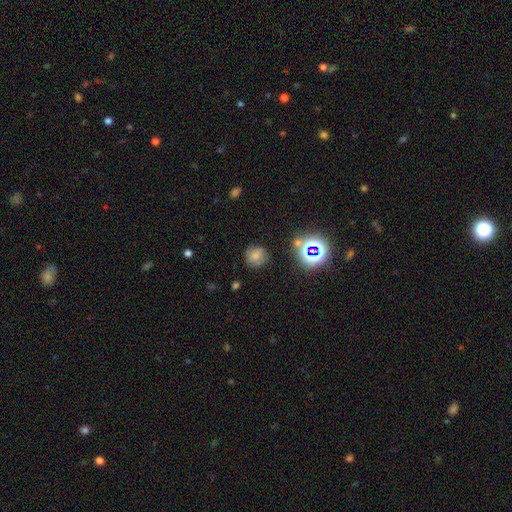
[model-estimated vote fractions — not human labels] smooth-or-featured: smooth: 67% | star or artifact: 20% | featured or disk: 13%
  how-rounded: round: 88% | in between: 11% | cigar-shaped: 1%
  merging: none: 79% | minor disturbance: 14% | major disturbance: 4% | merger: 3%